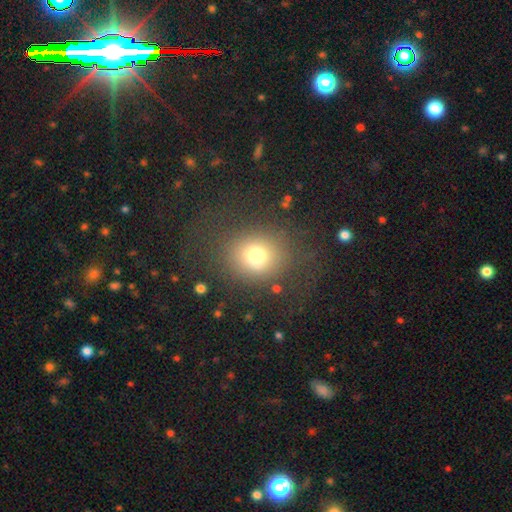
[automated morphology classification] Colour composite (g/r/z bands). It shows a smooth galaxy with no disk features (72%) that is round (78%). Merging: none (76%).